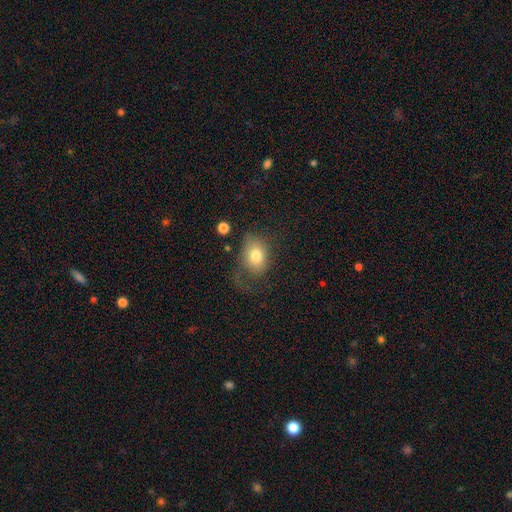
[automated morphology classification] Smooth or featured? Predicted: smooth (p=0.75). How rounded? Predicted: in between (p=0.62). Merging? Predicted: none (p=0.41).